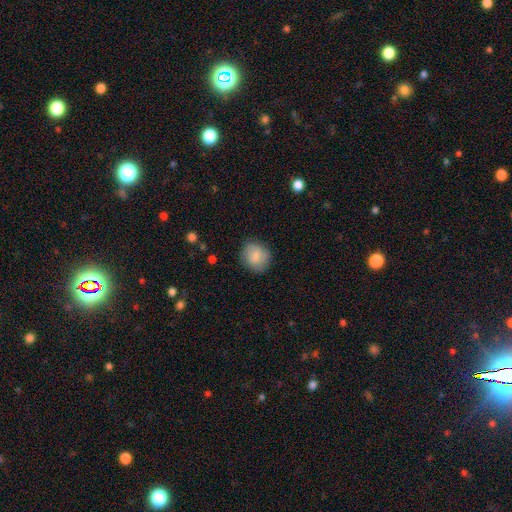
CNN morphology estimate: This is clearly a smooth galaxy (82%). How rounded: likely round (73%). Merging: clearly none (81%).